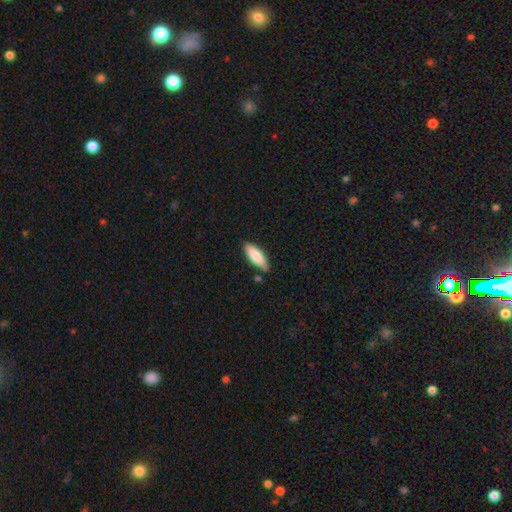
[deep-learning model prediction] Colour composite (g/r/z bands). It shows a smooth galaxy with no disk features (85%) that is in between round and cigar-shaped (63%). Merging: none (79%).